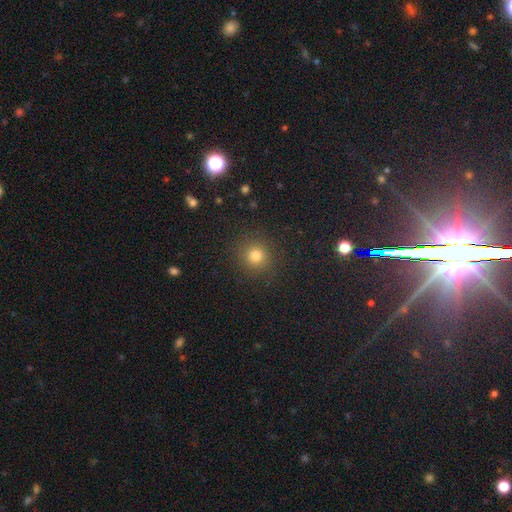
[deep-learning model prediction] smooth-or-featured: smooth: 78% | star or artifact: 16% | featured or disk: 6%
  how-rounded: round: 93% | in between: 6% | cigar-shaped: 1%
  merging: none: 90% | minor disturbance: 6% | major disturbance: 3% | merger: 1%